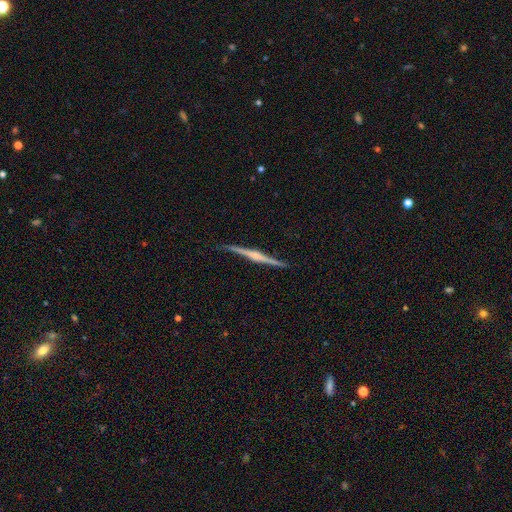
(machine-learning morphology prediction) smooth_or_featured: featured or disk (p=0.83) [alt: smooth p=0.12]
disk_edge_on: yes (p=0.98) [alt: no p=0.02]
edge_on_bulge: rounded (p=0.73) [alt: boxy p=0.15]
merging: none (p=0.90) [alt: minor disturbance p=0.07]